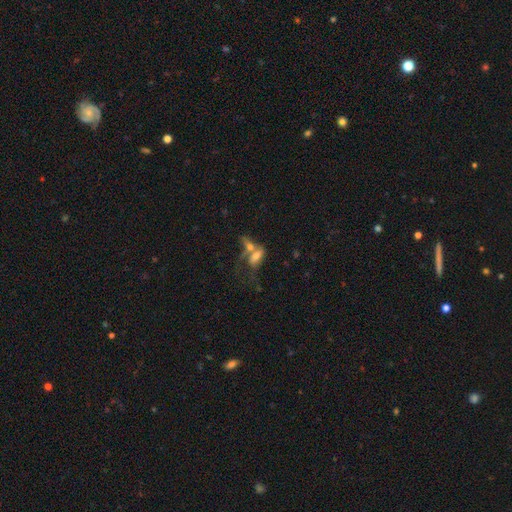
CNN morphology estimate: This appears to be a smooth galaxy with no disk features (60%) that is in between round and cigar-shaped (83%). Merging: merger (60%).